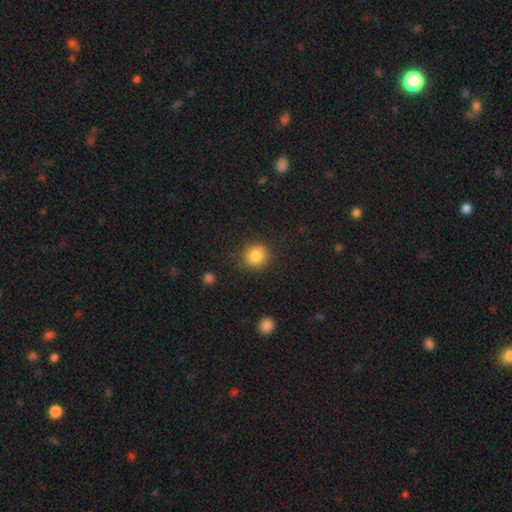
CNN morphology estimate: A smooth galaxy with no disk features (85%) that is round (91%).

Vote fractions:
- Smooth or featured? smooth: 85% / star or artifact: 10% / featured or disk: 5%
- How rounded? round: 91% / in between: 8% / cigar-shaped: 1%
- Merging? none: 84% / minor disturbance: 11% / major disturbance: 4% / merger: 2%